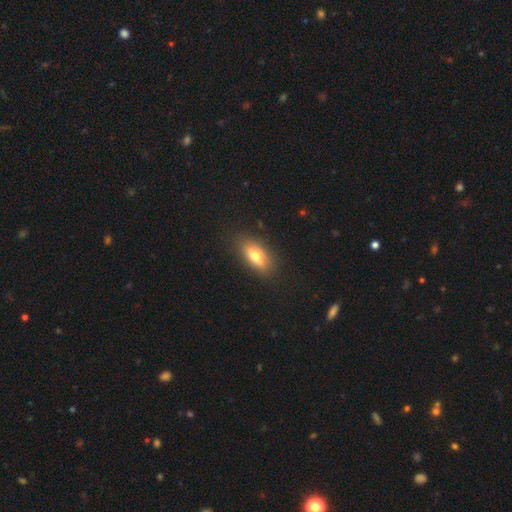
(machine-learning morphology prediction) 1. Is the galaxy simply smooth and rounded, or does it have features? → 64% smooth, 28% featured or disk, 8% star or artifact.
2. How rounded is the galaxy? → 74% in between, 21% cigar-shaped, 5% round.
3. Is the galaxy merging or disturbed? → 84% none, 11% minor disturbance, 3% major disturbance, 1% merger.